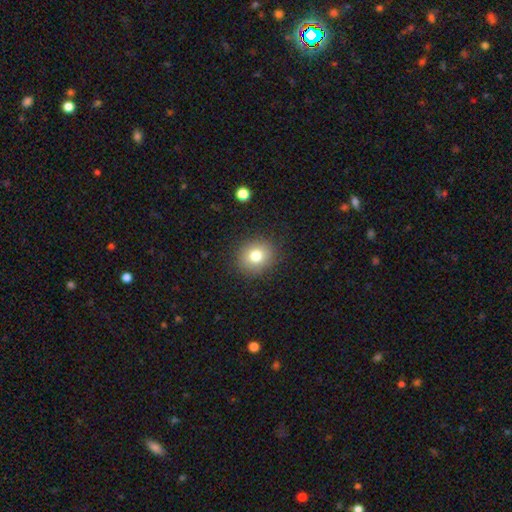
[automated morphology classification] Q: Smooth or featured?
A: smooth (78%); runner-up: star or artifact (12%)
Q: How rounded?
A: round (76%); runner-up: in between (23%)
Q: Merging?
A: none (88%); runner-up: minor disturbance (8%)